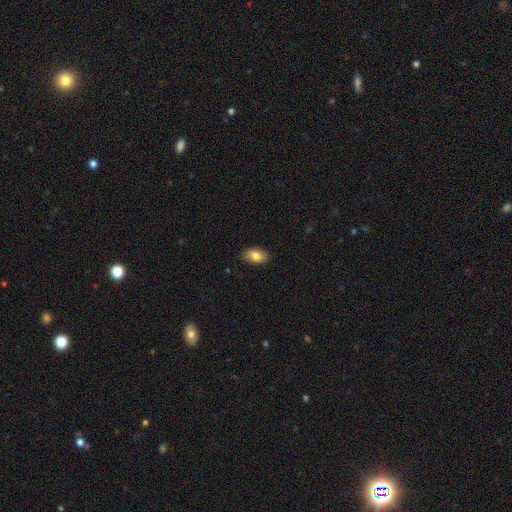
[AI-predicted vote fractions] Smooth or featured?
  - smooth: 82% *
  - featured or disk: 11%
  - star or artifact: 7%
How rounded?
  - in between: 92% *
  - round: 6%
  - cigar-shaped: 2%
Merging?
  - none: 89% *
  - minor disturbance: 9%
  - major disturbance: 2%
  - merger: 1%